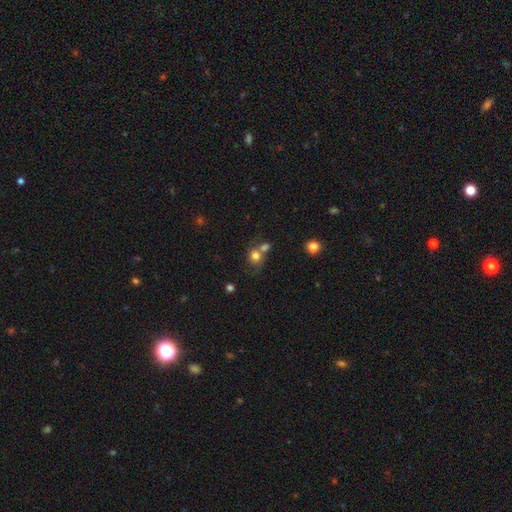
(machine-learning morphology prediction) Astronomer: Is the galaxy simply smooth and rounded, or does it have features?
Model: smooth — 76%.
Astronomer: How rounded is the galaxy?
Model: round — 74%.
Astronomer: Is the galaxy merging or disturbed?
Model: merger — 46% (runner-up: none, 38%).